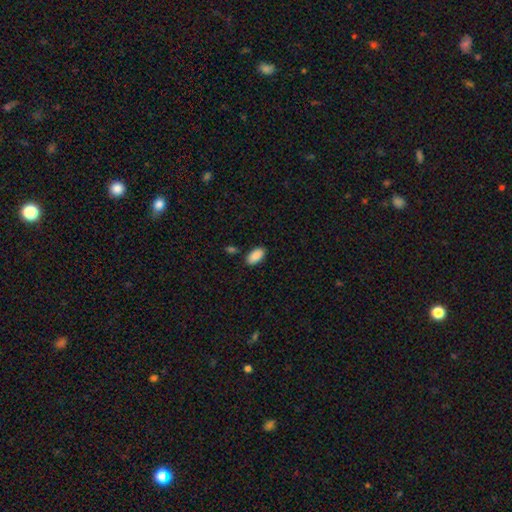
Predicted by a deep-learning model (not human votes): The model was most divided on "merging": none: 84%, minor disturbance: 10%, merger: 4%, major disturbance: 2%. More confident: how rounded — in between (95%); smooth or featured — smooth (90%).